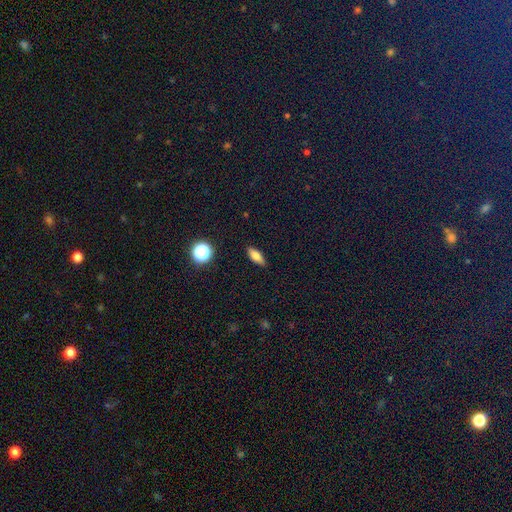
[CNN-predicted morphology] The model was most divided on "how rounded": in between: 65%, cigar-shaped: 30%, round: 5%. More confident: merging — none (87%); smooth or featured — smooth (72%).